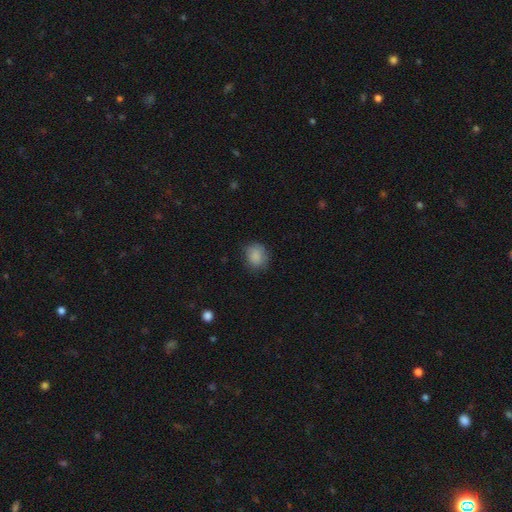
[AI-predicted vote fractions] This appears to be a smooth galaxy with no disk features (86%) that is round (65%). Merging: none (76%).